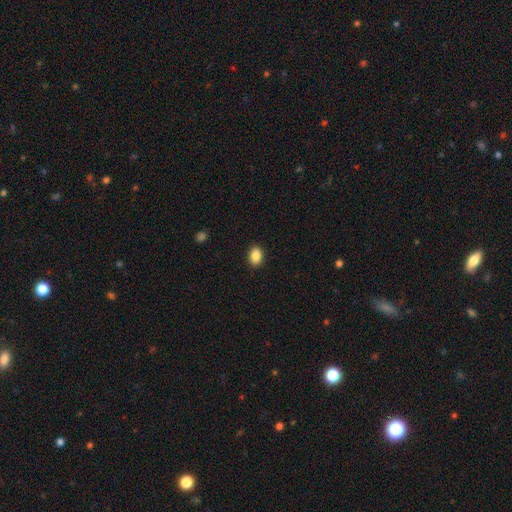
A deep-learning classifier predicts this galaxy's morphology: Smooth or featured? Predicted: smooth (p=0.88). How rounded? Predicted: in between (p=0.77). Merging? Predicted: none (p=0.90).